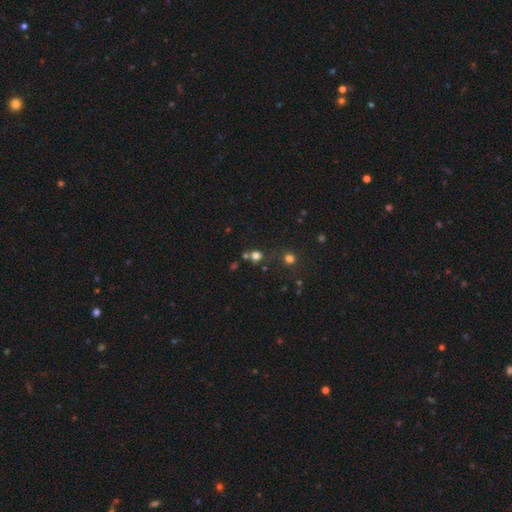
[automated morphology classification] The model was most divided on "smooth or featured": smooth: 66%, star or artifact: 27%, featured or disk: 7%. More confident: how rounded — round (84%); merging — none (65%).